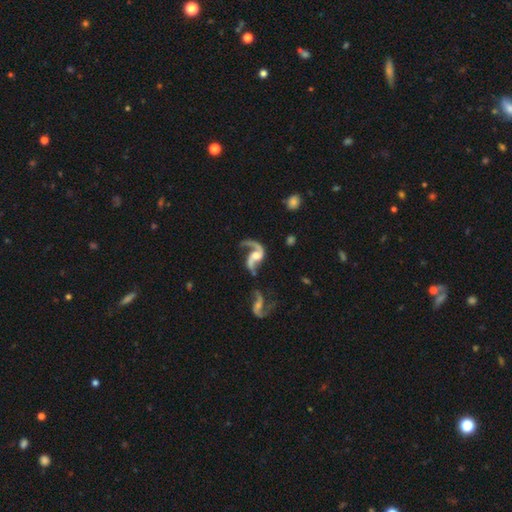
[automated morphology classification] Overall: featured or disk (91%). Edge-on disk: no (98%). Bar: no (53%; weak 35%). Spiral arms: yes (97%). Spiral arm count: 2 (88%). Spiral winding: loose (72%). Bulge size: moderate (51%; small 26%). Merging: none (44%; major disturbance 21%).